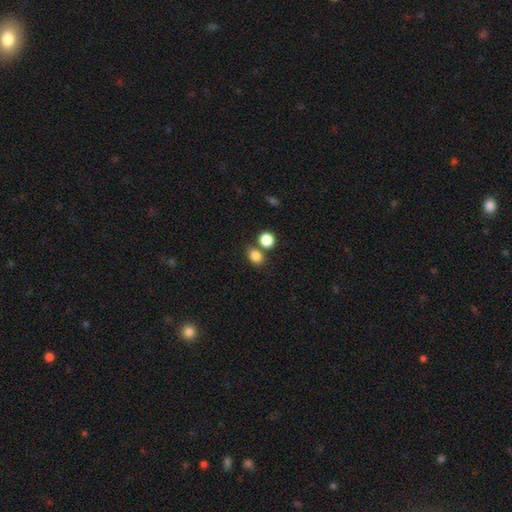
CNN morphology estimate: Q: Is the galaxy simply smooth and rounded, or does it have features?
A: smooth — 83%.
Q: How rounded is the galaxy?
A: in between — 51%.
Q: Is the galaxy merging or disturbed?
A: none — 61%.